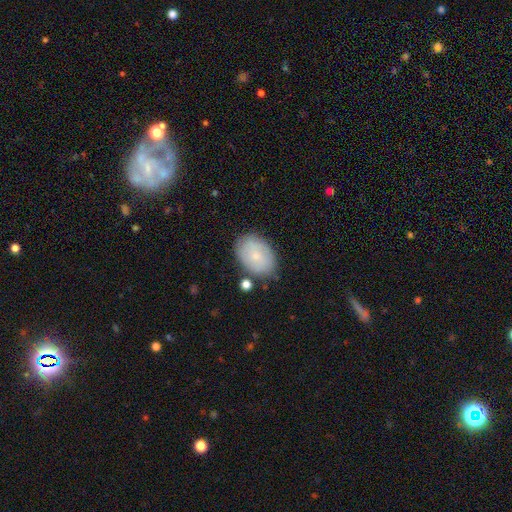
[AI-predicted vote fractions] Smooth or featured: smooth — 71% (featured or disk — 22%)
How rounded: in between — 84% (round — 15%)
Merging: none — 77% (minor disturbance — 15%)